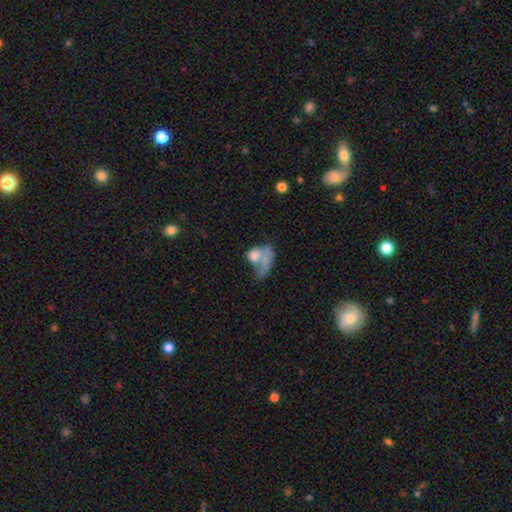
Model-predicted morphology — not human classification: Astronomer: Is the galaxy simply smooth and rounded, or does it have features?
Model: smooth — 53% (runner-up: featured or disk, 36%).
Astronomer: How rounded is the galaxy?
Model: in between — 62%.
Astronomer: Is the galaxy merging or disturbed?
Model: merger — 40% (runner-up: major disturbance, 30%).